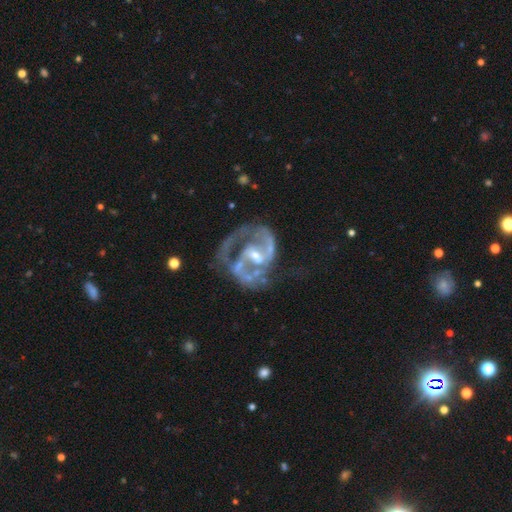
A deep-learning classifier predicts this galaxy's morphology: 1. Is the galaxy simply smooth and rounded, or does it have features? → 90% featured or disk, 6% star or artifact, 4% smooth.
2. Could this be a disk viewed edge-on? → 98% no, 2% yes.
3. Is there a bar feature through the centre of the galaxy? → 46% weak, 30% strong, 24% no.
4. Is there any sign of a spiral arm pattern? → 94% yes, 6% no.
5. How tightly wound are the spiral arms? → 54% medium, 24% tight, 22% loose.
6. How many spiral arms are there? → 77% 2, 7% 1, 7% can't tell, 5% 3, 2% 4, 2% more than 4.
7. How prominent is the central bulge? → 50% small, 40% moderate, 6% none, 3% large, 1% dominant.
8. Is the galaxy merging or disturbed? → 45% none, 28% major disturbance, 19% minor disturbance, 9% merger.